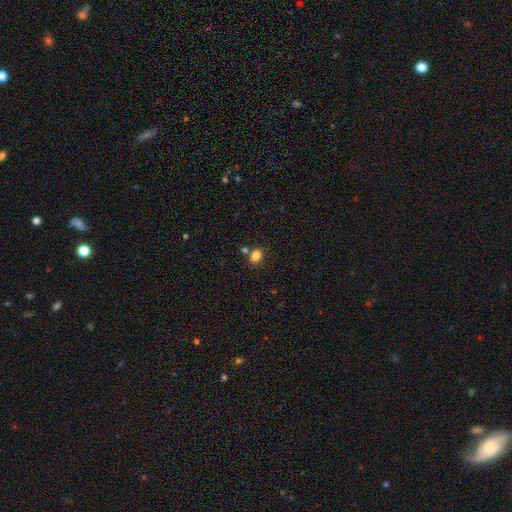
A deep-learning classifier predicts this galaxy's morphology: smooth 84%, star or artifact 11%, featured or disk 5%. Down the decision tree: how rounded — in between (75%); merging — none (67%).